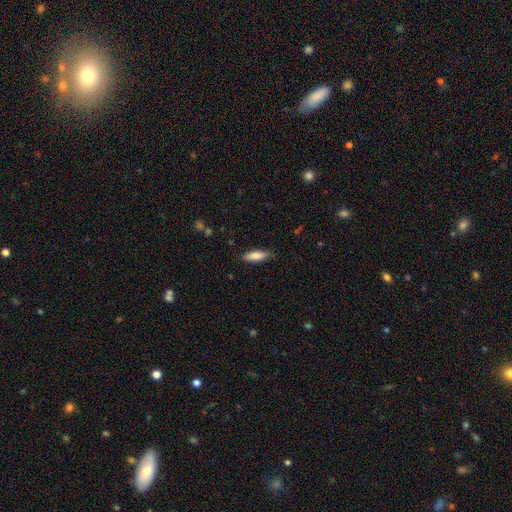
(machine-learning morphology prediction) smooth 78%, featured or disk 16%, star or artifact 6%. Down the decision tree: how rounded — cigar-shaped (49%, tied with in between); merging — none (84%).